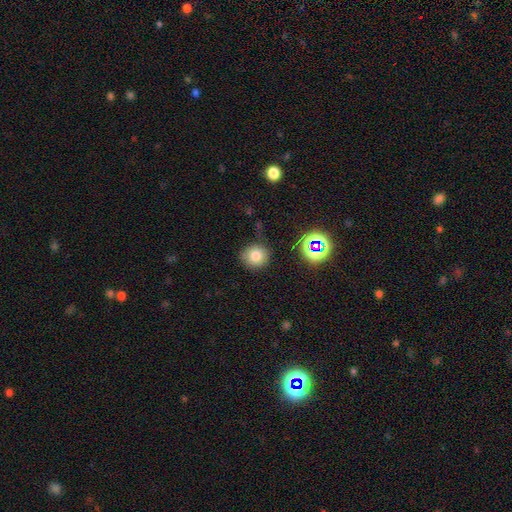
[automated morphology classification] This is likely a smooth galaxy (76%). How rounded: clearly round (88%). Merging: clearly none (80%).